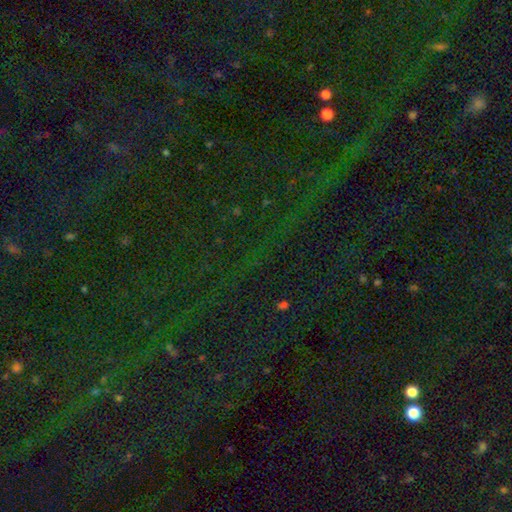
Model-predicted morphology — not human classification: A star or artifact, not a galaxy (80%).